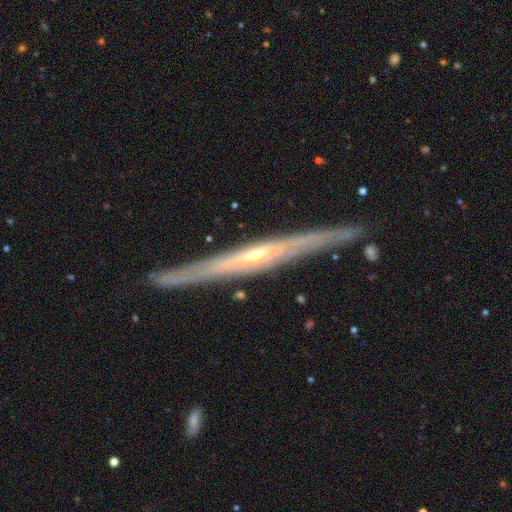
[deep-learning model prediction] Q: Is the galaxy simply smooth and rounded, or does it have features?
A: featured or disk — 82%.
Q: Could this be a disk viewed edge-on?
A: yes — 94%.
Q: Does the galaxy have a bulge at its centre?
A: rounded — 67%.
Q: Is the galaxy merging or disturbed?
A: none — 86%.